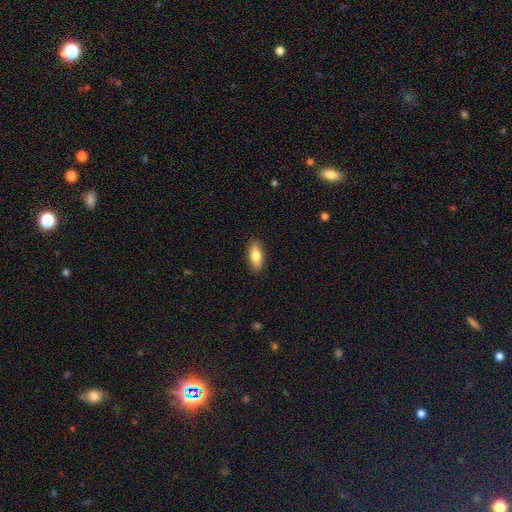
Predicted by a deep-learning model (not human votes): Morphology: type=smooth (77%); roundness=in between (76%); merging=none (88%).